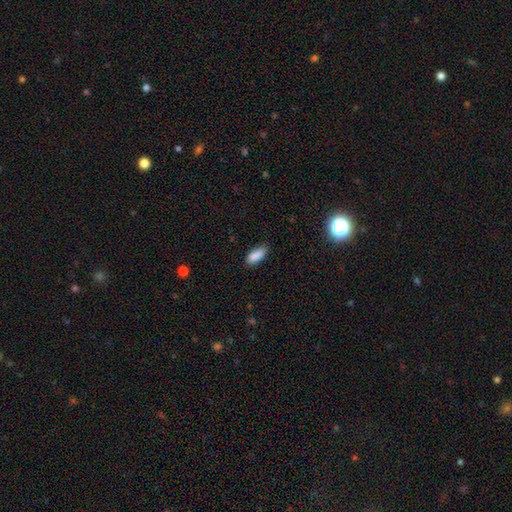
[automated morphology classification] The model was most divided on "merging": none: 71%, minor disturbance: 23%, major disturbance: 4%, merger: 2%. More confident: smooth or featured — smooth (87%); how rounded — in between (83%).